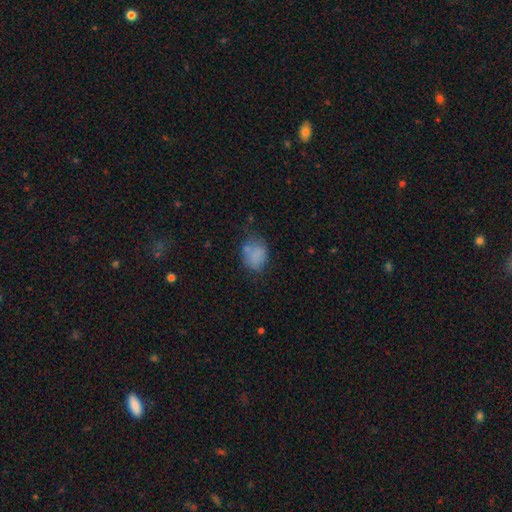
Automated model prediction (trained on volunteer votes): Smooth or featured: smooth — 75% (featured or disk — 14%)
How rounded: in between — 59% (round — 40%)
Merging: none — 51% (minor disturbance — 27%)